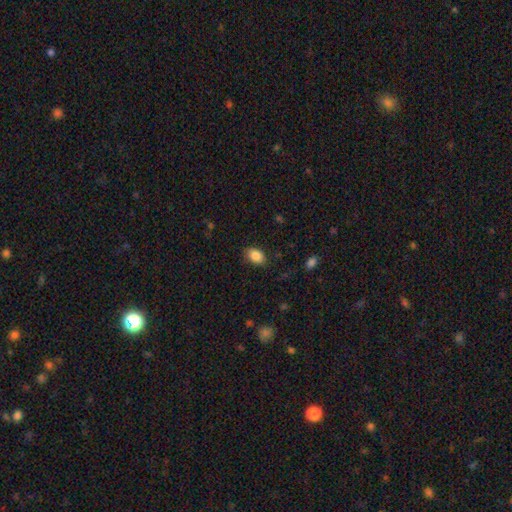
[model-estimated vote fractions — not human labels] Morphology: type=smooth (87%); roundness=in between (84%); merging=none (85%).